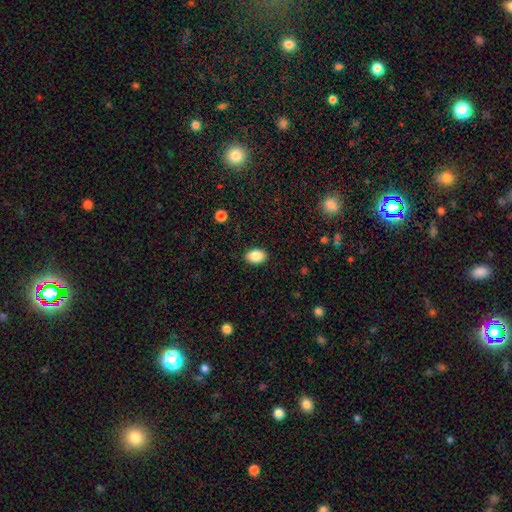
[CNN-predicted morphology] type=smooth (87%); roundness=in between (84%); merging=none (88%).